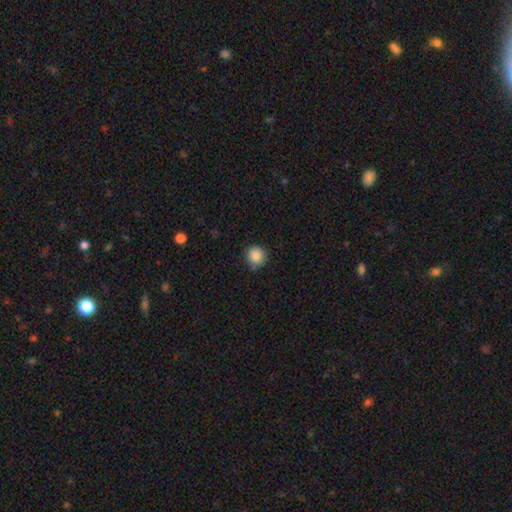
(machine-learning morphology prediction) A smooth galaxy with no disk features (88%) that is round (93%). Merging: none (86%).